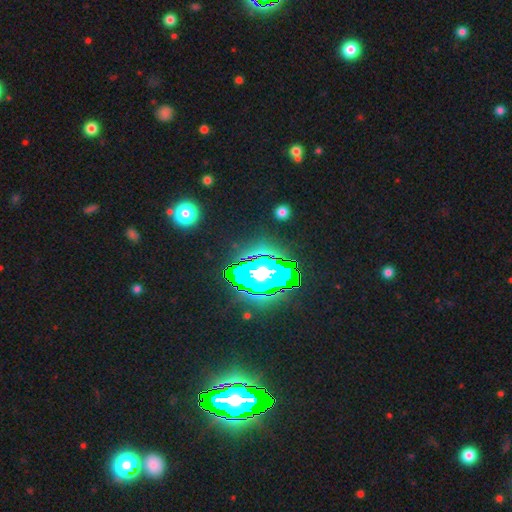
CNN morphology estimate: Smooth or featured? Predicted: star or artifact (p=0.71).